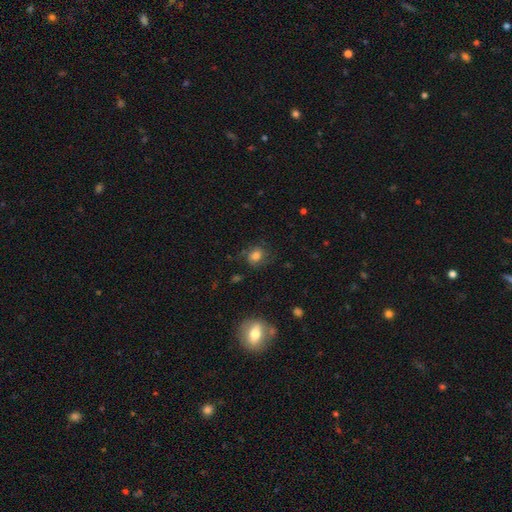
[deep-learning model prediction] Smooth or featured: smooth — 58% (featured or disk — 29%)
How rounded: round — 62% (in between — 37%)
Merging: none — 62% (minor disturbance — 22%)